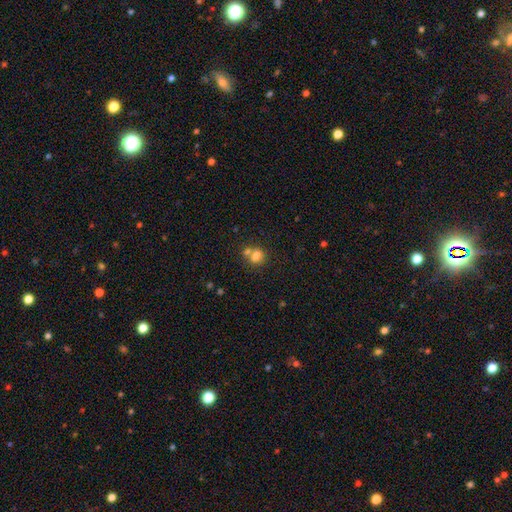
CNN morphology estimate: This appears to be a smooth galaxy with no disk features (74%) that is round (55%). Merging: merger (48%).